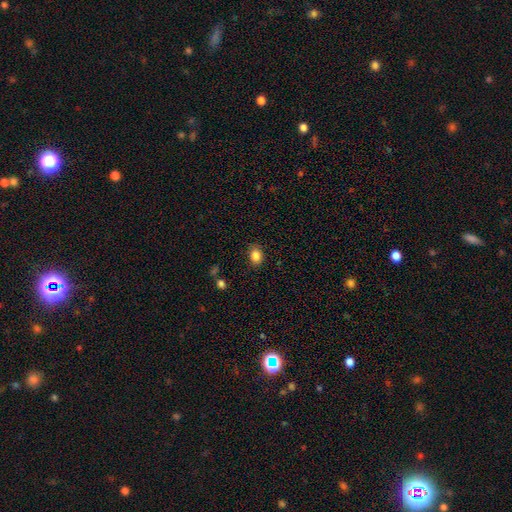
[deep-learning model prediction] smooth_or_featured: smooth (p=0.85) [alt: star or artifact p=0.10]
how_rounded: in between (p=0.65) [alt: round p=0.34]
merging: none (p=0.86) [alt: minor disturbance p=0.10]